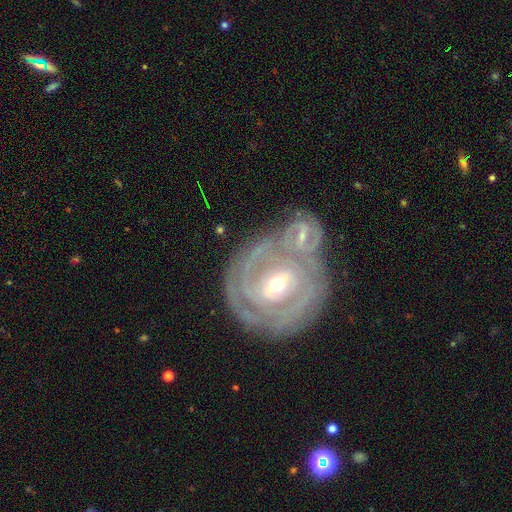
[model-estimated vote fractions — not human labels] A featured or disk galaxy (87%) with a weak bar (45%), can't tell (31%, tied with 2) tight (83%) spiral arms (94%) and a moderate central bulge (52%).

Vote fractions:
- Smooth or featured? featured or disk: 87% / smooth: 7% / star or artifact: 6%
- Edge-on disk? no: 96% / yes: 4%
- Bar? weak: 45% / strong: 32% / no: 22%
- Spiral arms? yes: 94% / no: 6%
- Spiral winding? tight: 83% / medium: 14% / loose: 3%
- Spiral arm count? can't tell: 31% (tied) / 2: 31% (tied) / 3: 19% / 4: 8% / 1: 6% / more than 4: 6%
- Bulge size? moderate: 52% / small: 44% / large: 2% / none: 1% / dominant: 1%
- Merging? none: 45% / merger: 37% / minor disturbance: 12% / major disturbance: 6%